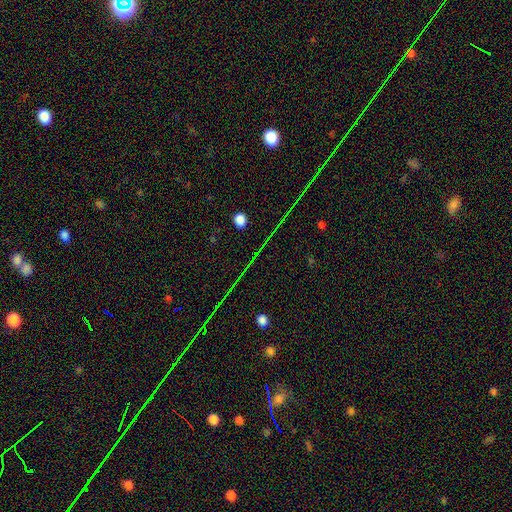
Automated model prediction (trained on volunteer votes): smooth-or-featured: star or artifact: 78% | smooth: 12% | featured or disk: 10%